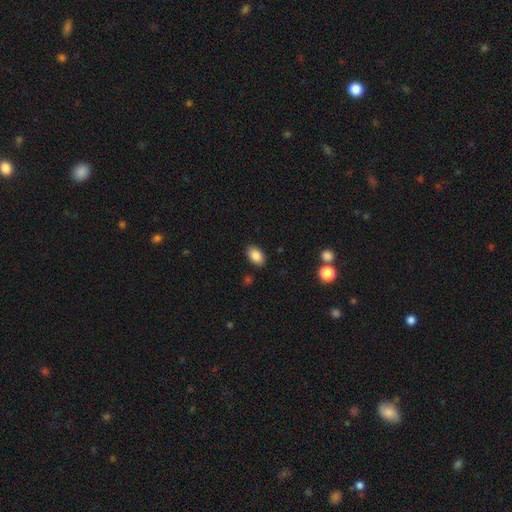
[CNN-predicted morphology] This is clearly a smooth galaxy (86%). How rounded: clearly in between (91%). Merging: clearly none (88%).